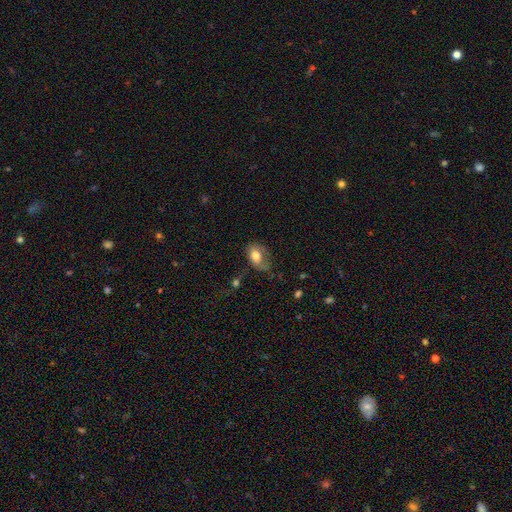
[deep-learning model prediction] smooth 73%, featured or disk 20%, star or artifact 7%. Down the decision tree: how rounded — in between (85%); merging — none (37%).